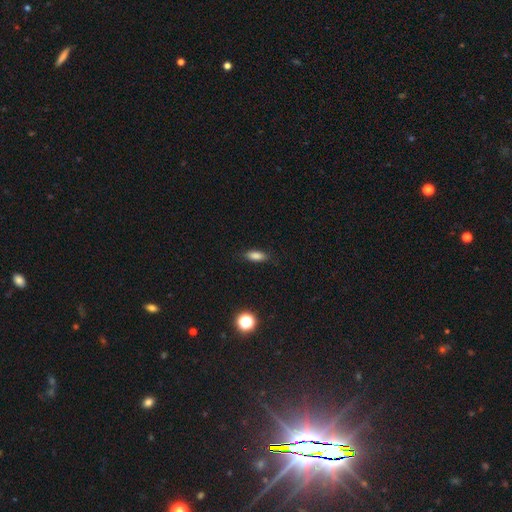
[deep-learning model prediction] smooth 83%, star or artifact 10%, featured or disk 8%. Down the decision tree: how rounded — in between (71%); merging — none (86%).